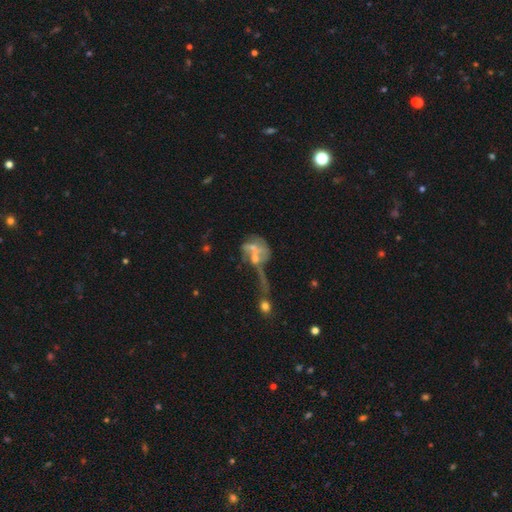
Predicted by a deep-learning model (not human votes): Morphology: type=featured or disk (53%); edge-on=no (93%); merging=merger (42%).